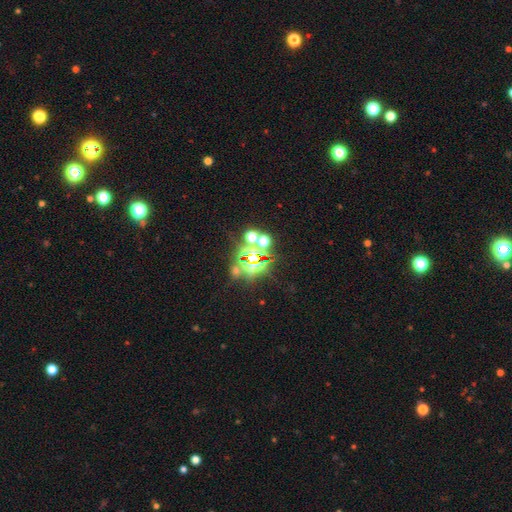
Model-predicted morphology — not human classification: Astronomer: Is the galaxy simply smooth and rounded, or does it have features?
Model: star or artifact — 77%.